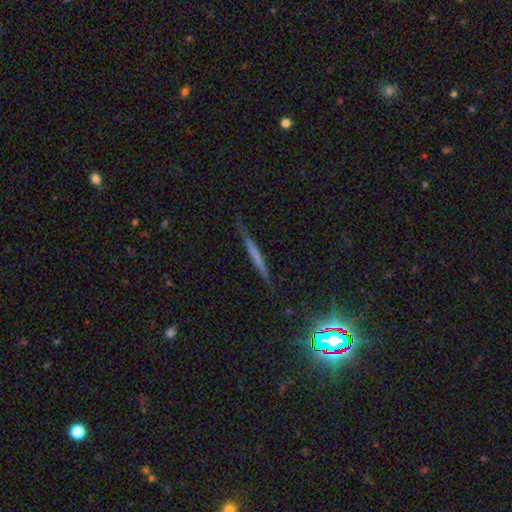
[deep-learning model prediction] A featured or disk galaxy (43%). Merging: none (84%).